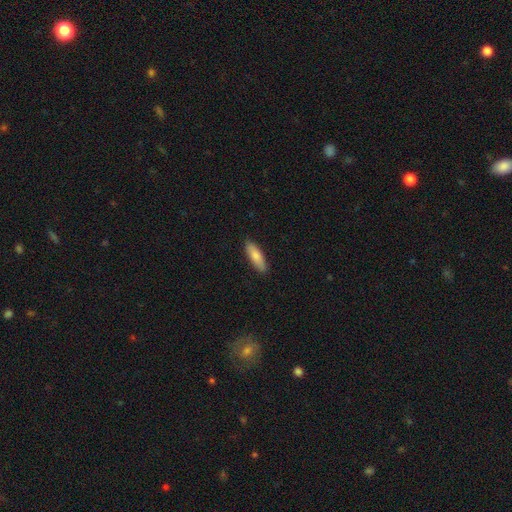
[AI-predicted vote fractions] Morphology: type=smooth (80%); roundness=cigar-shaped (50%); merging=none (89%).